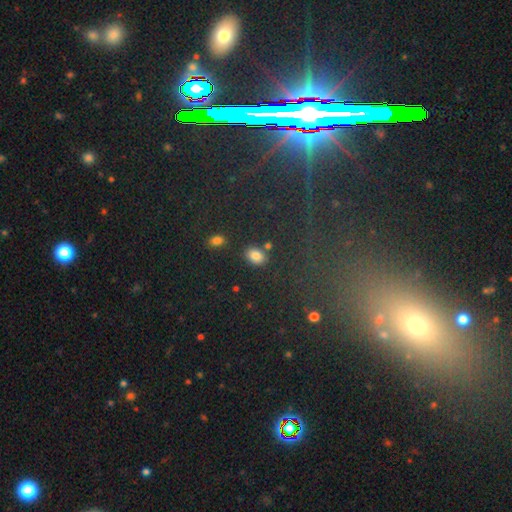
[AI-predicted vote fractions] A smooth galaxy with no disk features (82%) that is in between round and cigar-shaped (76%). Merging: none (79%).